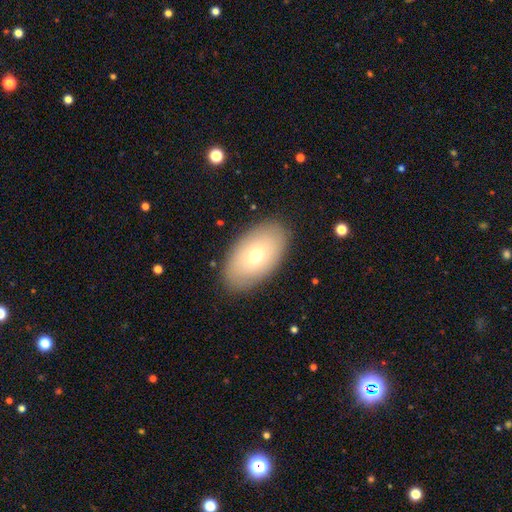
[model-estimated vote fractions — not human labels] Morphology: type=smooth (66%); roundness=in between (93%); merging=none (87%).